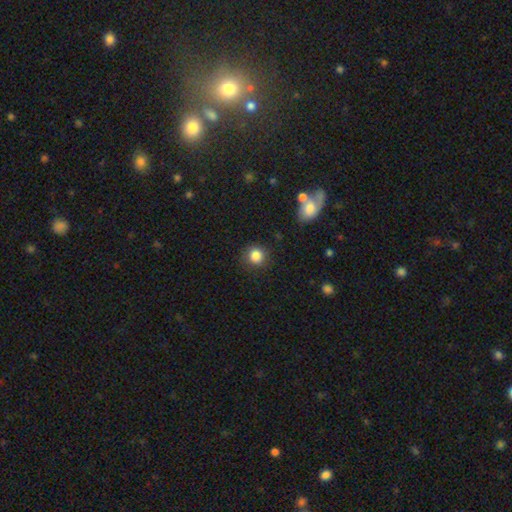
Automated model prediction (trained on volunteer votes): A smooth galaxy with no disk features (85%) that is round (88%).

Vote fractions:
- Smooth or featured? smooth: 85% / star or artifact: 10% / featured or disk: 5%
- How rounded? round: 88% / in between: 11% / cigar-shaped: 1%
- Merging? none: 85% / minor disturbance: 10% / major disturbance: 3% / merger: 2%